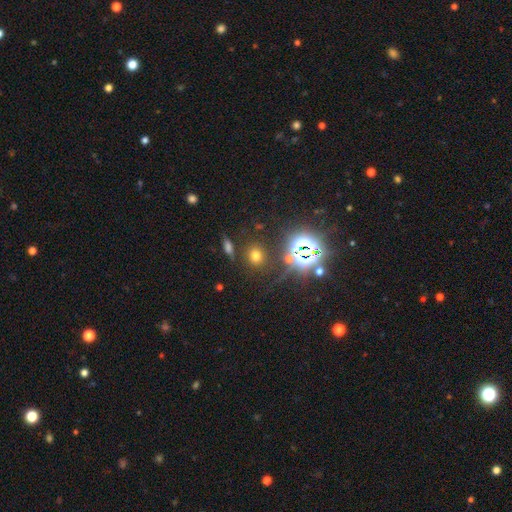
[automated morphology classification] A smooth galaxy with no disk features (60%) that is round (75%).

Vote fractions:
- Smooth or featured? smooth: 60% / star or artifact: 30% / featured or disk: 9%
- How rounded? round: 75% / in between: 23% / cigar-shaped: 2%
- Merging? none: 84% / minor disturbance: 9% / merger: 4% / major disturbance: 4%